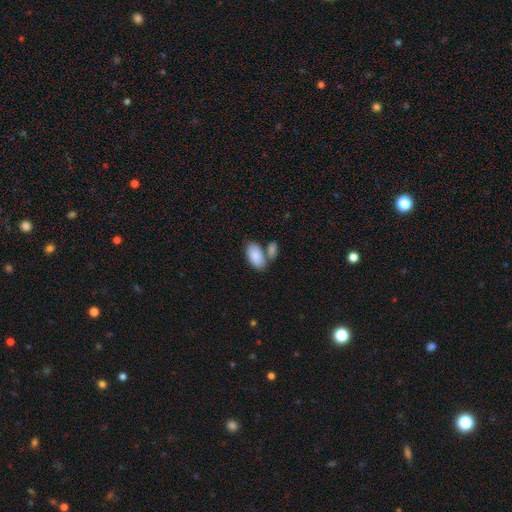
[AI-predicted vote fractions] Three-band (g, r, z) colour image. It shows a smooth galaxy with no disk features (87%) that is in between round and cigar-shaped (95%). Merging: none (52%).